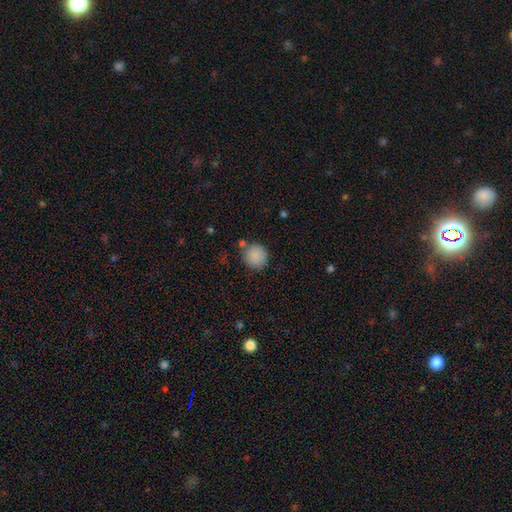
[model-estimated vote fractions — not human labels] This is clearly a smooth galaxy (88%). How rounded: clearly round (92%). Merging: likely none (78%).